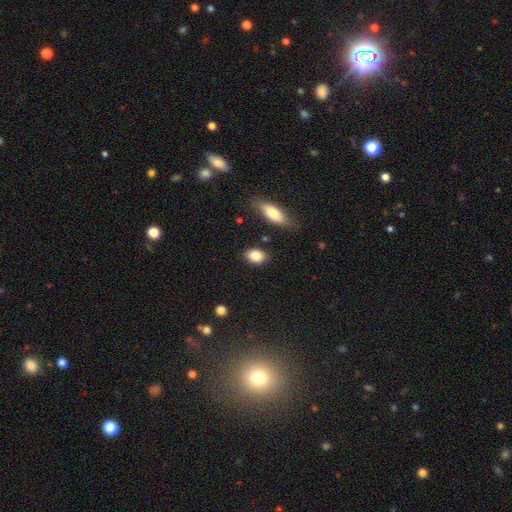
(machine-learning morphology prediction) Smooth or featured: smooth — 85% (star or artifact — 8%)
How rounded: in between — 77% (round — 21%)
Merging: none — 83% (minor disturbance — 11%)